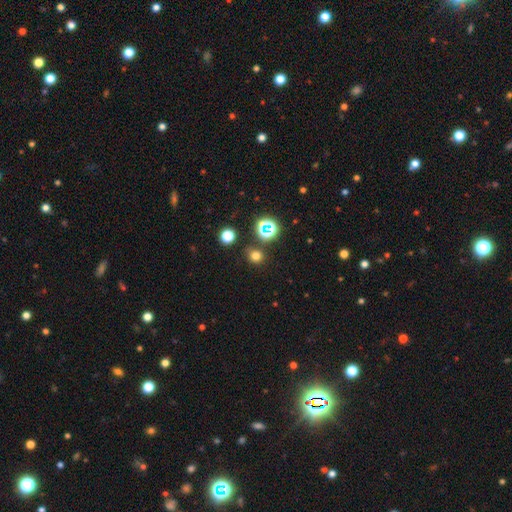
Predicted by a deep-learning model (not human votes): A smooth galaxy with no disk features (68%) that is round (83%).

Vote fractions:
- Smooth or featured? smooth: 68% / star or artifact: 26% / featured or disk: 6%
- How rounded? round: 83% / in between: 16% / cigar-shaped: 1%
- Merging? none: 82% / minor disturbance: 9% / merger: 6% / major disturbance: 3%